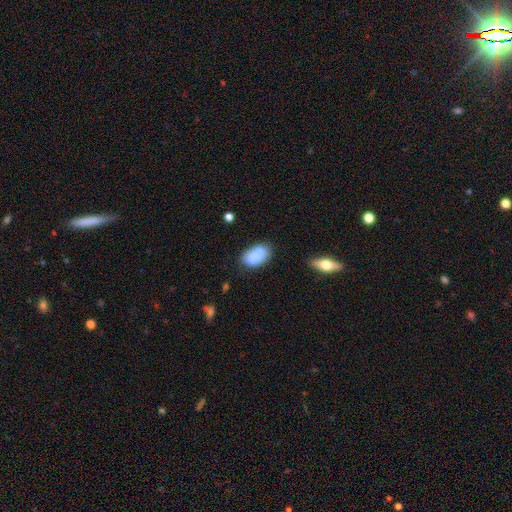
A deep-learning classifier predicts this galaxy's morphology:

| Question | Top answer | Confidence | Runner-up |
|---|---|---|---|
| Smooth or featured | smooth | 76% | featured or disk (16%) |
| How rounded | in between | 89% | round (9%) |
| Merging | none | 52% | minor disturbance (22%) |